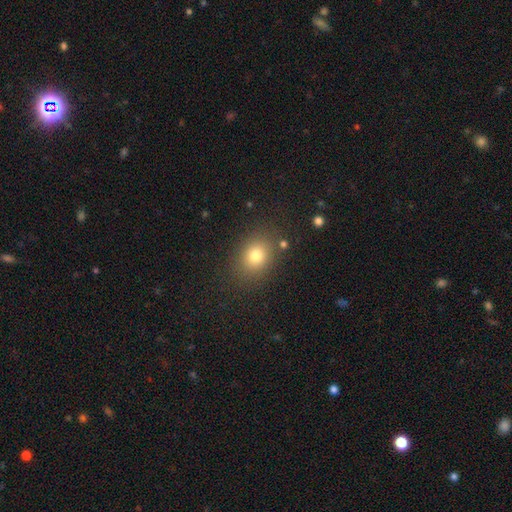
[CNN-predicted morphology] Smooth or featured? Predicted: smooth (p=0.78). How rounded? Predicted: round (p=0.54). Merging? Predicted: none (p=0.83).